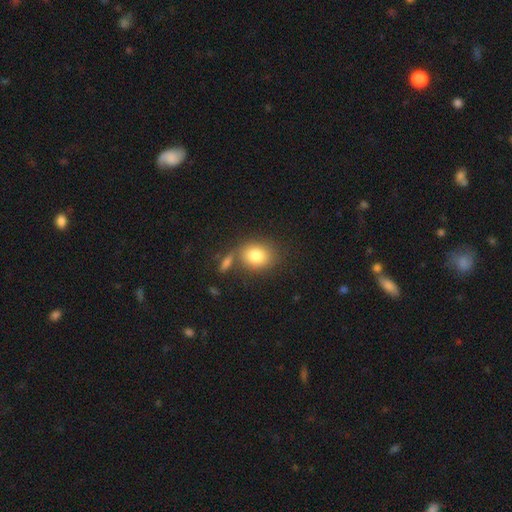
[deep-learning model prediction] Smooth or featured: smooth — 82% (featured or disk — 10%)
How rounded: in between — 49% (tied with round — 49%)
Merging: none — 63% (merger — 19%)